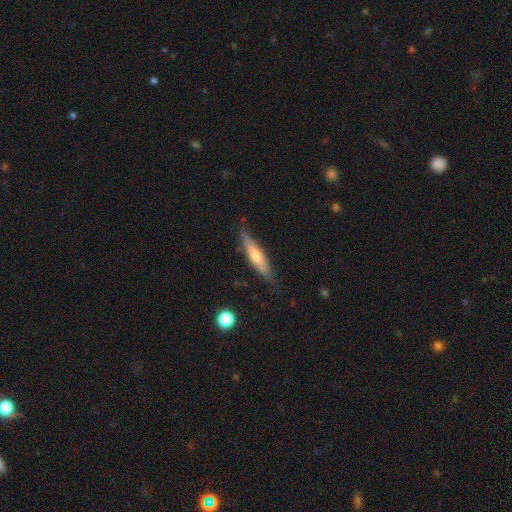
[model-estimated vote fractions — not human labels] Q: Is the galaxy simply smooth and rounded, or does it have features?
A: smooth — 52%.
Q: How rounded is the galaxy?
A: cigar-shaped — 83%.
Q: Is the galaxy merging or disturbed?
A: none — 81%.